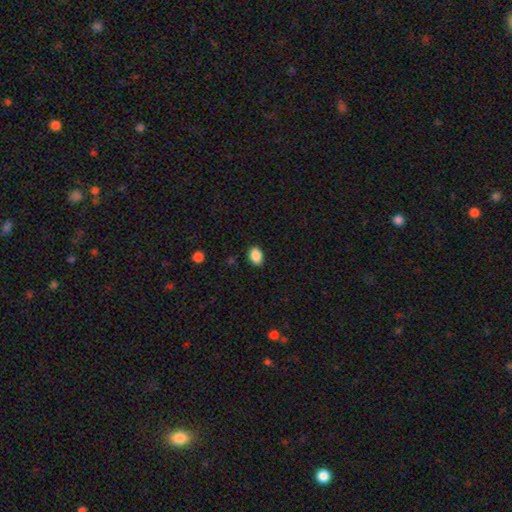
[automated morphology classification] smooth-or-featured: smooth: 88% | star or artifact: 8% | featured or disk: 3%
  how-rounded: in between: 79% | round: 20% | cigar-shaped: 1%
  merging: none: 89% | minor disturbance: 8% | major disturbance: 2% | merger: 1%